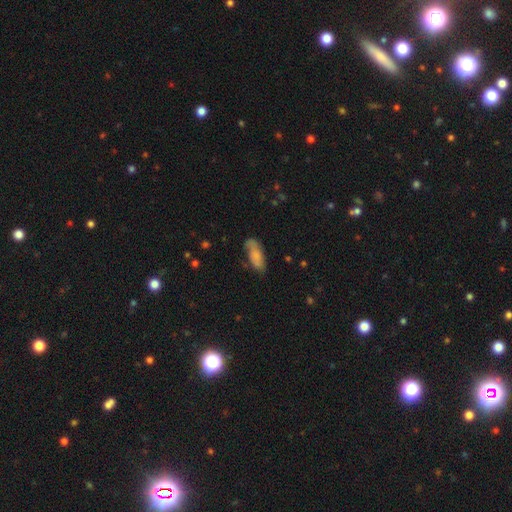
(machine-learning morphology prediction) Smooth or featured? smooth (72%)
How rounded? in between (75%)
Merging? none (61%)